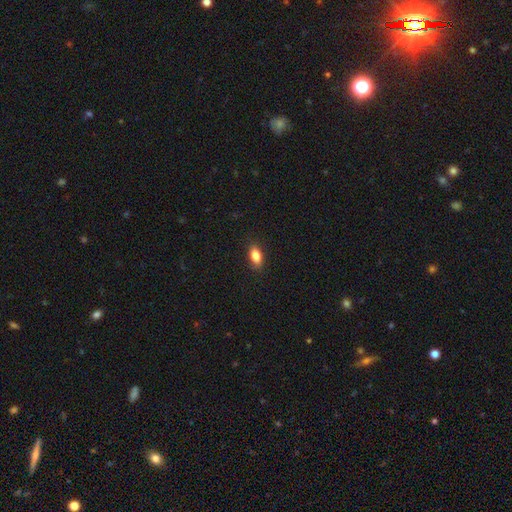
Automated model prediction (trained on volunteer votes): Smooth or featured: smooth — 83% (featured or disk — 9%)
How rounded: in between — 86% (cigar-shaped — 8%)
Merging: none — 87% (minor disturbance — 10%)